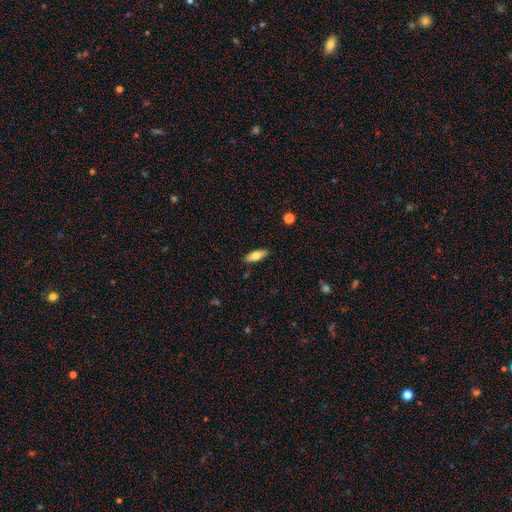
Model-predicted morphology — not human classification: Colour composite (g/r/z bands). It shows a smooth galaxy with no disk features (71%) that is in between round and cigar-shaped (64%). Merging: none (88%).